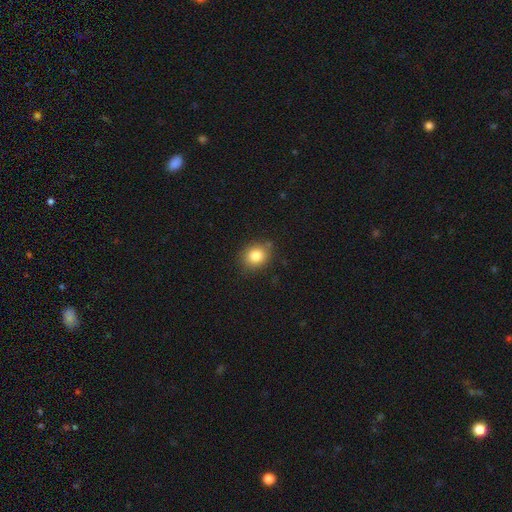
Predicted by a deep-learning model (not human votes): Smooth or featured? Predicted: smooth (p=0.83). How rounded? Predicted: round (p=0.59). Merging? Predicted: none (p=0.79).